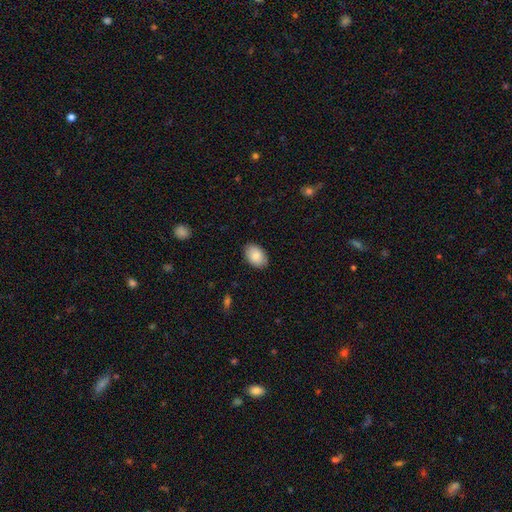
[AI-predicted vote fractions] smooth 85%, featured or disk 8%, star or artifact 6%. Down the decision tree: how rounded — in between (88%); merging — none (88%).